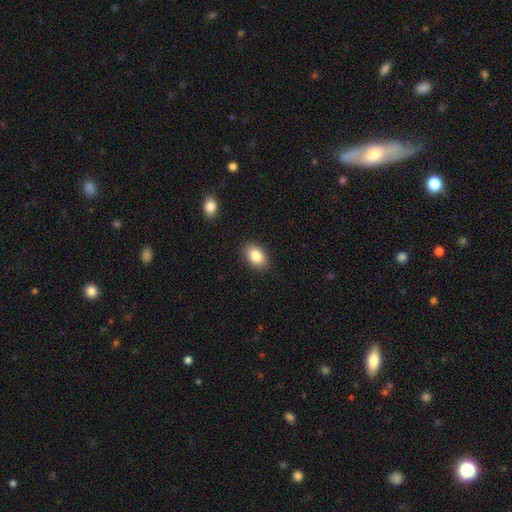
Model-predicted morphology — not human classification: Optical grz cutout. It shows a smooth galaxy with no disk features (85%) that is in between round and cigar-shaped (87%). Merging: none (88%).